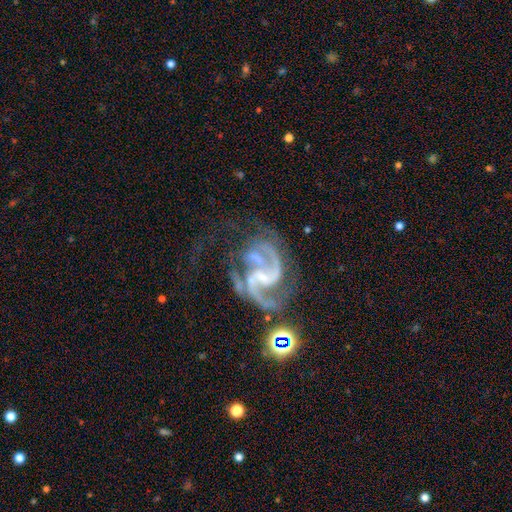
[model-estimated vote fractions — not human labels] Smooth or featured: featured or disk — 92% (star or artifact — 6%)
Edge-on disk: no — 98% (yes — 2%)
Bar: weak — 48% (no — 29%)
Spiral arms: yes — 98% (no — 2%)
Spiral winding: medium — 59% (loose — 28%)
Spiral arm count: 2 — 80% (3 — 9%)
Bulge size: small — 62% (none — 22%)
Merging: none — 40% (major disturbance — 28%)